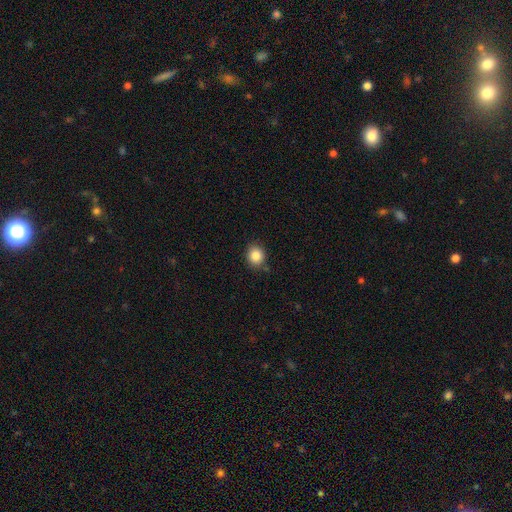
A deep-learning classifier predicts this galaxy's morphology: Smooth or featured: smooth — 86% (star or artifact — 10%)
How rounded: round — 75% (in between — 24%)
Merging: none — 84% (minor disturbance — 11%)